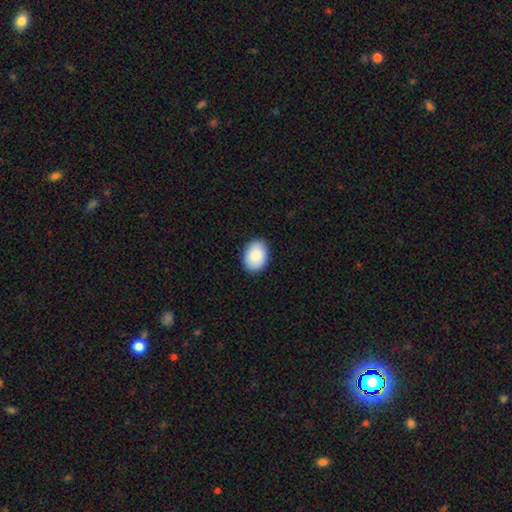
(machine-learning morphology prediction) Smooth or featured: smooth — 89% (star or artifact — 6%)
How rounded: in between — 76% (round — 23%)
Merging: none — 89% (minor disturbance — 8%)